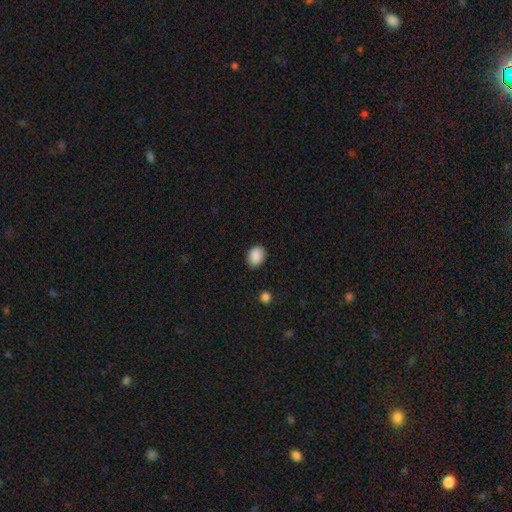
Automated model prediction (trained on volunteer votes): This is clearly a smooth galaxy (89%). How rounded: likely in between (68%). Merging: clearly none (85%).